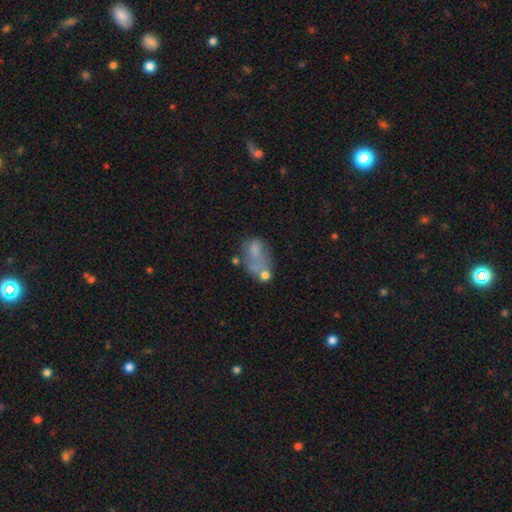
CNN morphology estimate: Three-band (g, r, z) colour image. It shows a smooth galaxy with no disk features (55%) that is in between round and cigar-shaped (85%). Merging: none (31%).